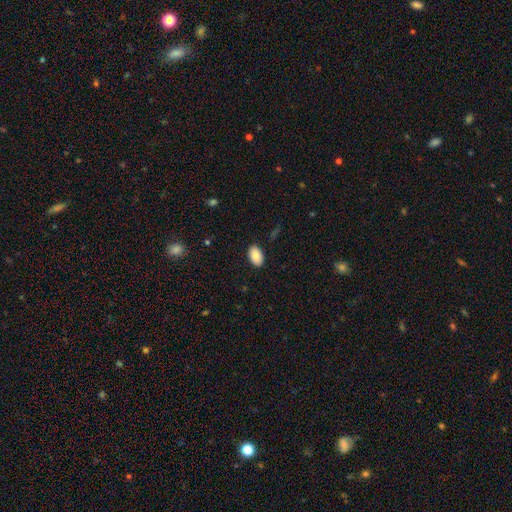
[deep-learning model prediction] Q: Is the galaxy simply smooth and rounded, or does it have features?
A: smooth — 85%.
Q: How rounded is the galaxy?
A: in between — 92%.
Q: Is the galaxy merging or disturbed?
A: none — 88%.